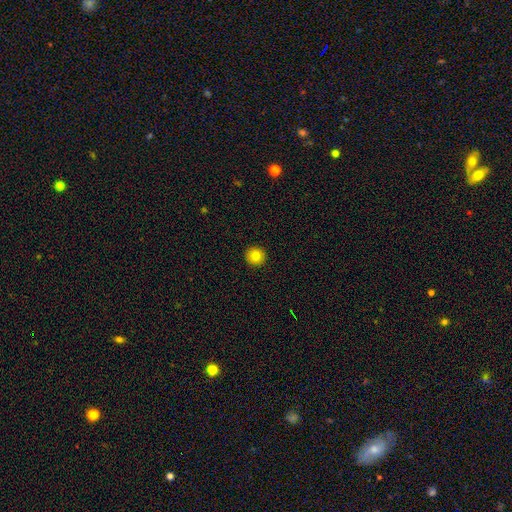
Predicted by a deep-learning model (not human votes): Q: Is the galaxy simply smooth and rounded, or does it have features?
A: smooth — 81%.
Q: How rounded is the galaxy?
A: round — 96%.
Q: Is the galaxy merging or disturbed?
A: none — 93%.